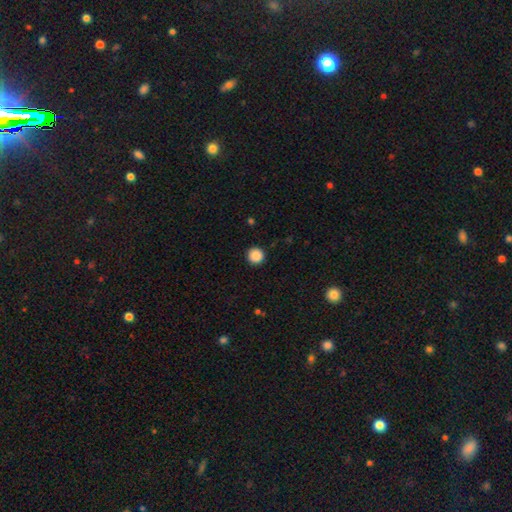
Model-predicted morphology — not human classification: smooth-or-featured: smooth: 88% | star or artifact: 9% | featured or disk: 3%
  how-rounded: round: 96% | in between: 3% | cigar-shaped: 1%
  merging: none: 93% | minor disturbance: 5% | major disturbance: 2% | merger: 1%